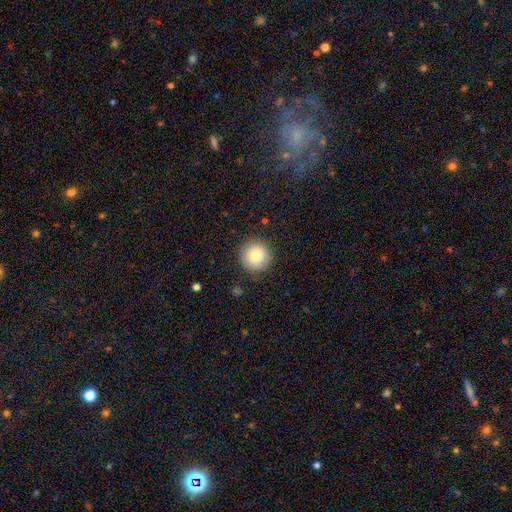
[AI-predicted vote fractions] Morphology: type=smooth (80%); roundness=round (96%); merging=none (88%).